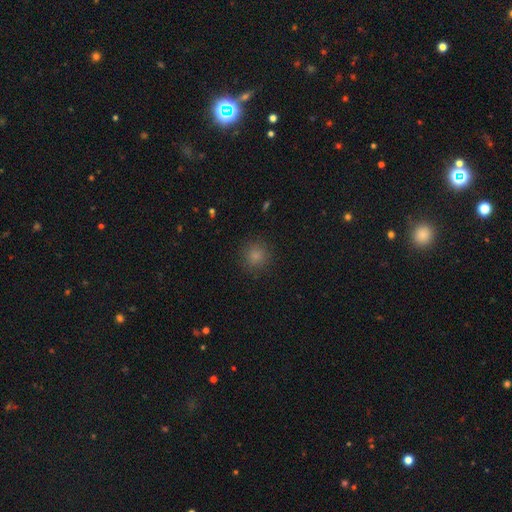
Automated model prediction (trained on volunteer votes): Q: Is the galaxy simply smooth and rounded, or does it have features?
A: smooth — 82%.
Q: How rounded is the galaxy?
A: round — 93%.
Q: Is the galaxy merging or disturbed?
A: none — 89%.